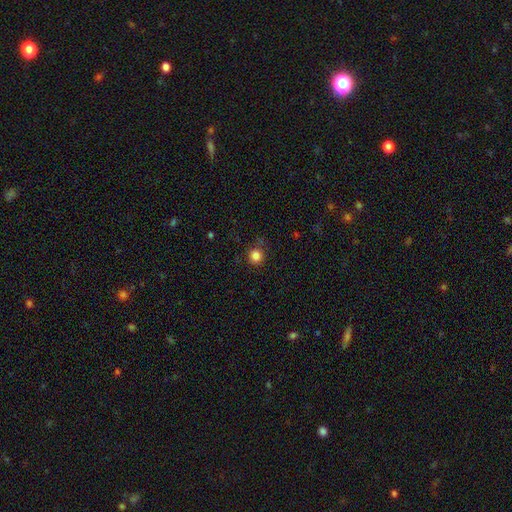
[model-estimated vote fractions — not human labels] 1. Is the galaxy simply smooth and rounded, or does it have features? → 83% smooth, 12% star or artifact, 4% featured or disk.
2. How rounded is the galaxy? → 90% round, 9% in between, 1% cigar-shaped.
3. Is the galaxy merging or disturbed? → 81% none, 13% minor disturbance, 4% major disturbance, 2% merger.